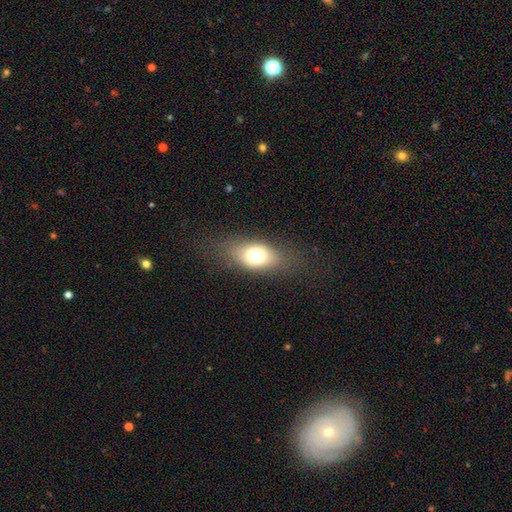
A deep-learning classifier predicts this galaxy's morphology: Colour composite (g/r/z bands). It shows a smooth galaxy with no disk features (69%) that is in between round and cigar-shaped (81%). Merging: none (73%).